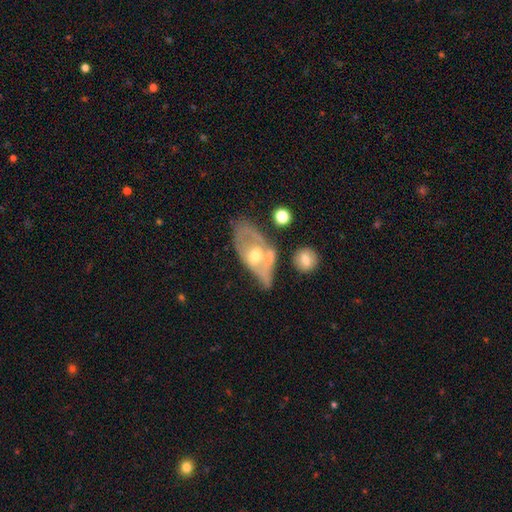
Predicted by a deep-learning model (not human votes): A featured or disk galaxy (64%) with no bar (73%), no spiral arms (69%) and a moderate central bulge (71%).

Vote fractions:
- Smooth or featured? featured or disk: 64% / smooth: 30% / star or artifact: 7%
- Edge-on disk? no: 84% / yes: 16%
- Bar? no: 73% / weak: 20% / strong: 7%
- Spiral arms? no: 69% / yes: 31%
- Bulge size? moderate: 71% / small: 18% / large: 8% / none: 2% / dominant: 1%
- Merging? none: 33% / merger: 26% / minor disturbance: 22% / major disturbance: 20%